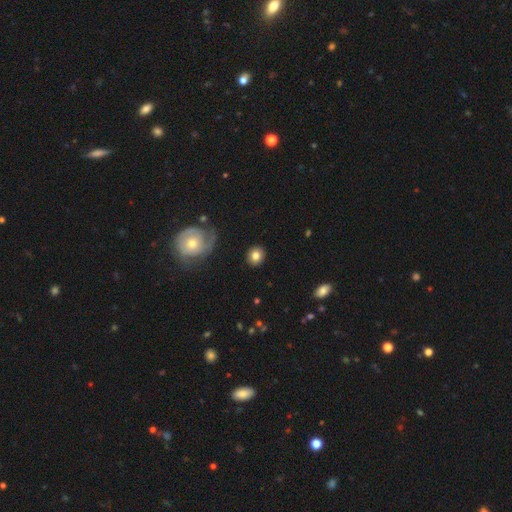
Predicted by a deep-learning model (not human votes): A smooth galaxy with no disk features (80%) that is round (83%).

Vote fractions:
- Smooth or featured? smooth: 80% / featured or disk: 12% / star or artifact: 8%
- How rounded? round: 83% / in between: 16% / cigar-shaped: 1%
- Merging? none: 88% / minor disturbance: 7% / major disturbance: 3% / merger: 2%